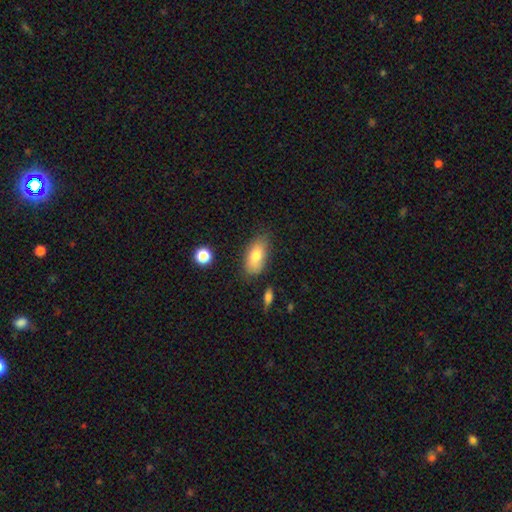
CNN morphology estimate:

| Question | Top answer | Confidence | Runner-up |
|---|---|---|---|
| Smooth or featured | smooth | 77% | featured or disk (15%) |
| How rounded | in between | 89% | cigar-shaped (6%) |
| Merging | none | 73% | minor disturbance (20%) |